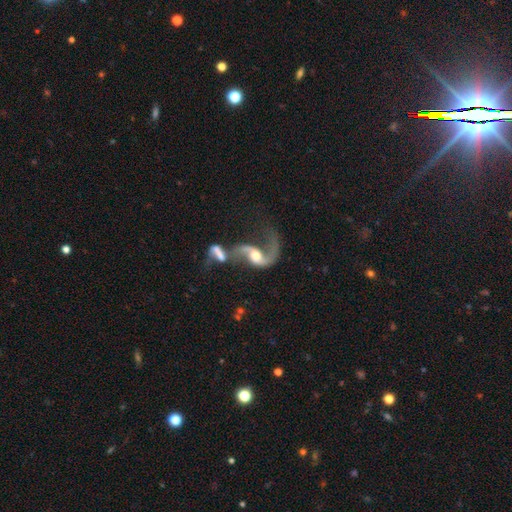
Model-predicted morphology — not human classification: Q: Smooth or featured?
A: featured or disk (84%); runner-up: smooth (10%)
Q: Edge-on disk?
A: no (96%); runner-up: yes (4%)
Q: Bar?
A: no (46%); runner-up: weak (36%)
Q: Spiral arms?
A: yes (92%); runner-up: no (8%)
Q: Spiral winding?
A: loose (83%); runner-up: medium (14%)
Q: Spiral arm count?
A: 2 (79%); runner-up: 1 (15%)
Q: Bulge size?
A: moderate (64%); runner-up: small (17%)
Q: Merging?
A: merger (50%); runner-up: none (23%)